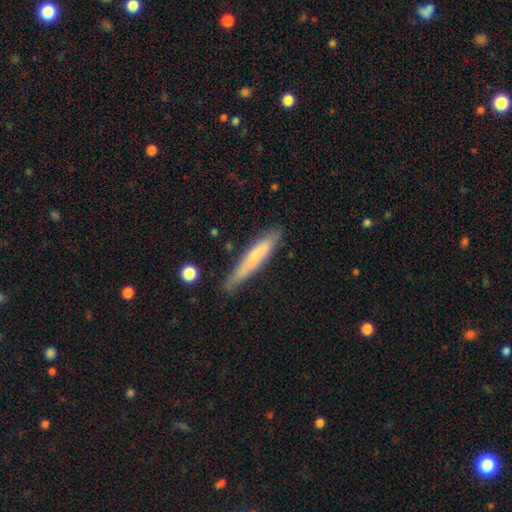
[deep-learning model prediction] The model was most divided on "smooth or featured": smooth: 60%, featured or disk: 34%, star or artifact: 6%. More confident: how rounded — cigar-shaped (92%); merging — none (77%).